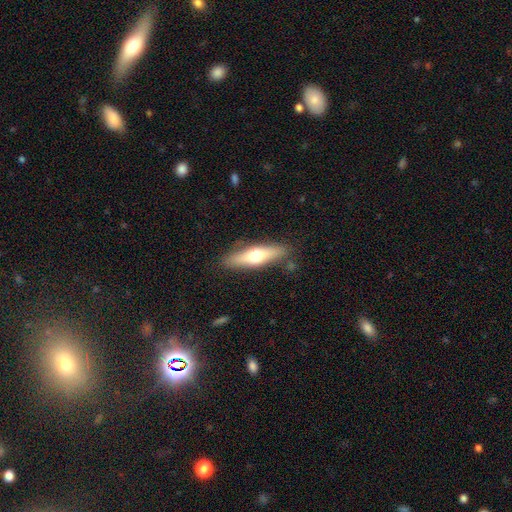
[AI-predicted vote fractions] smooth-or-featured: smooth: 50% | featured or disk: 44% | star or artifact: 6%
  merging: none: 85% | minor disturbance: 11% | major disturbance: 3% | merger: 2%